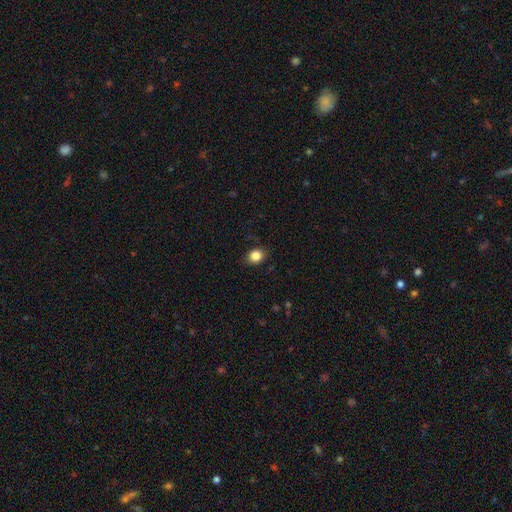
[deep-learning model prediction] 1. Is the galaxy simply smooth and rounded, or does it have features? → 84% smooth, 10% star or artifact, 5% featured or disk.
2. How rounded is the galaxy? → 63% round, 36% in between, 1% cigar-shaped.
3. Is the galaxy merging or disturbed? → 84% none, 12% minor disturbance, 3% major disturbance, 1% merger.